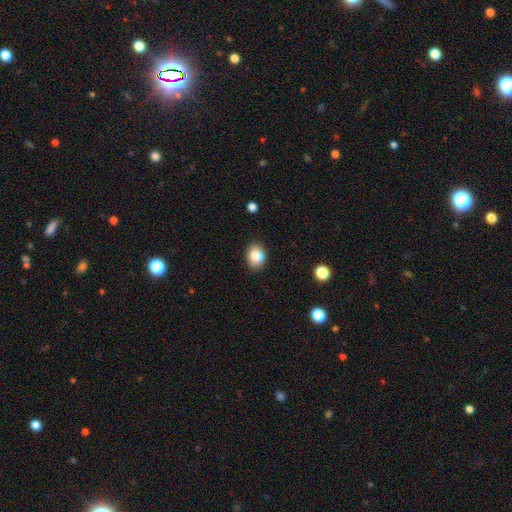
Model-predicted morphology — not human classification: A smooth galaxy with no disk features (86%) that is in between round and cigar-shaped (55%).

Vote fractions:
- Smooth or featured? smooth: 86% / star or artifact: 9% / featured or disk: 6%
- How rounded? in between: 55% / round: 44% / cigar-shaped: 1%
- Merging? none: 86% / minor disturbance: 10% / major disturbance: 2% / merger: 1%